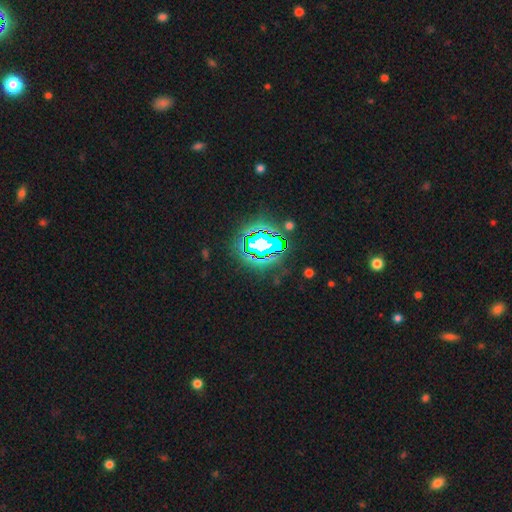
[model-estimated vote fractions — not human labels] This appears to be a star or artifact, not a galaxy (79%).